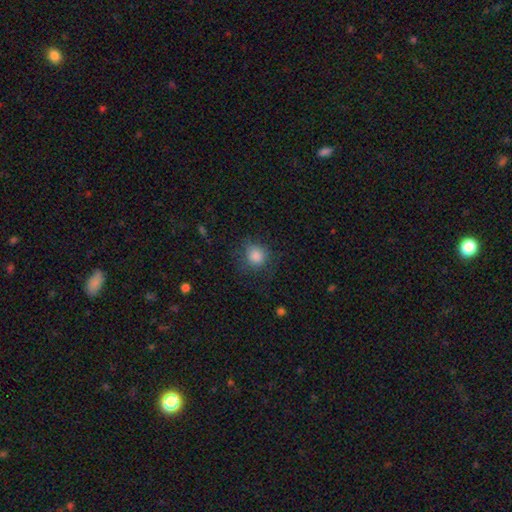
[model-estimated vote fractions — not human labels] A smooth galaxy with no disk features (84%) that is round (86%). Merging: none (73%).